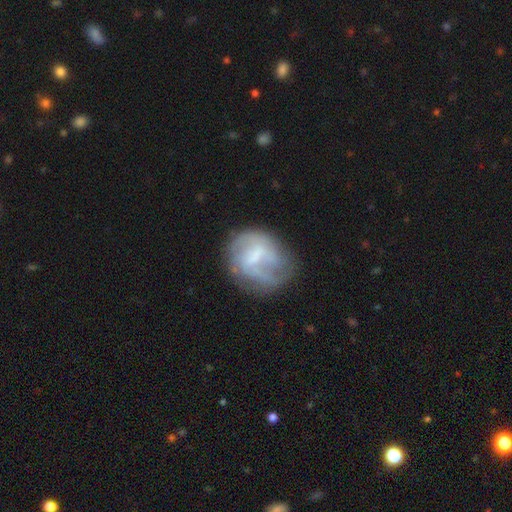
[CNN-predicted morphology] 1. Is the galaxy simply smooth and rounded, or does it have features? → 57% featured or disk, 35% smooth, 8% star or artifact.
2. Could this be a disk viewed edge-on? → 97% no, 3% yes.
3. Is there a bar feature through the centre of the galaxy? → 46% weak, 31% no, 23% strong.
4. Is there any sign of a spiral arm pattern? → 61% yes, 39% no.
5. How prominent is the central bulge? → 37% none, 29% small, 26% moderate, 6% large, 1% dominant.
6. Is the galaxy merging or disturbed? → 49% none, 25% minor disturbance, 22% major disturbance, 3% merger.